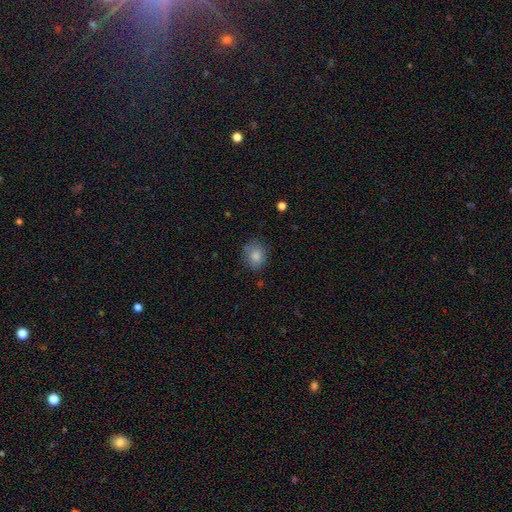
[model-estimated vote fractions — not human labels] A smooth galaxy with no disk features (82%) that is round (62%).

Vote fractions:
- Smooth or featured? smooth: 82% / star or artifact: 9% / featured or disk: 9%
- How rounded? round: 62% / in between: 37% / cigar-shaped: 1%
- Merging? none: 74% / minor disturbance: 19% / major disturbance: 5% / merger: 2%